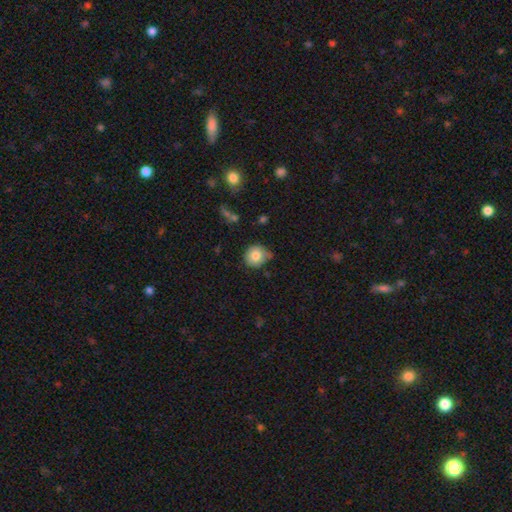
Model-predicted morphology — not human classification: Smooth or featured?
  - smooth: 79% *
  - featured or disk: 11%
  - star or artifact: 10%
How rounded?
  - round: 87% *
  - in between: 12%
  - cigar-shaped: 1%
Merging?
  - none: 61% *
  - minor disturbance: 30%
  - major disturbance: 6%
  - merger: 4%